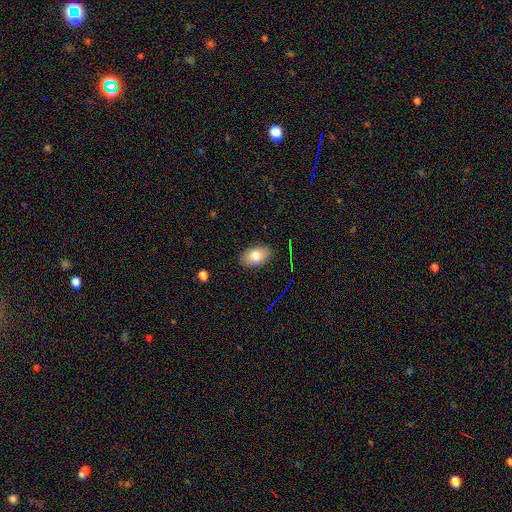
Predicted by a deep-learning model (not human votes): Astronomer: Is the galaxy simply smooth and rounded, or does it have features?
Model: smooth — 78%.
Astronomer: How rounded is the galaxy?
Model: in between — 90%.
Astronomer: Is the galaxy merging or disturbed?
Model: none — 87%.